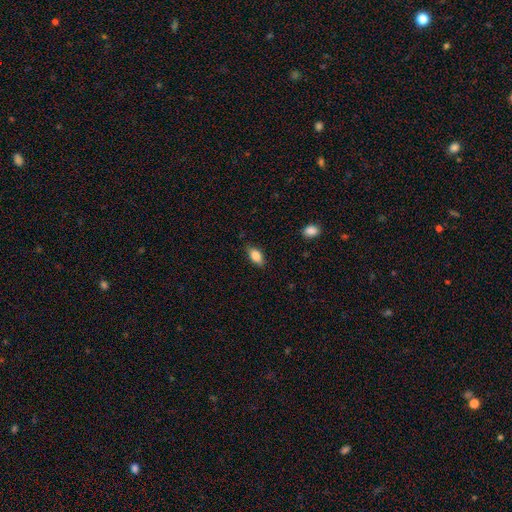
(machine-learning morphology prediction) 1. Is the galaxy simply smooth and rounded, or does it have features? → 83% smooth, 10% featured or disk, 7% star or artifact.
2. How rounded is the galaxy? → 87% in between, 9% cigar-shaped, 4% round.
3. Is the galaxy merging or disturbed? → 83% none, 13% minor disturbance, 3% major disturbance, 1% merger.